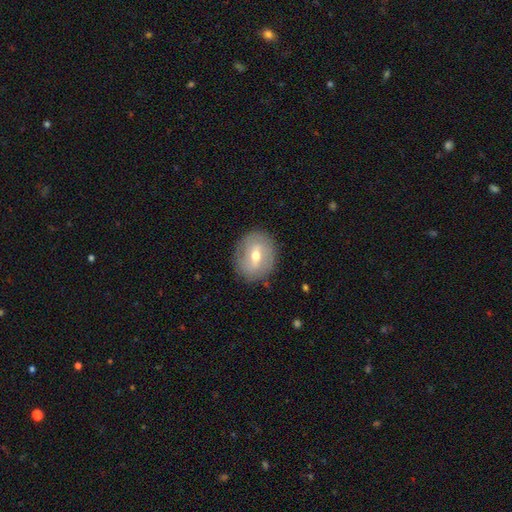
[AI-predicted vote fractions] This appears to be a featured or disk galaxy (52%). Merging: none (84%).